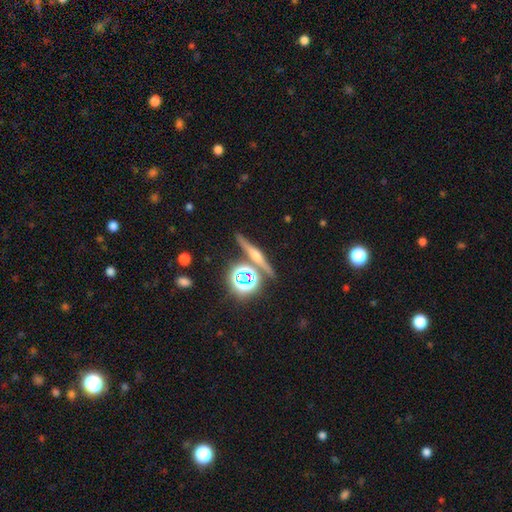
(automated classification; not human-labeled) Overall: featured or disk (52%; smooth 25%). Edge-on disk: yes (93%). Merging: none (82%).